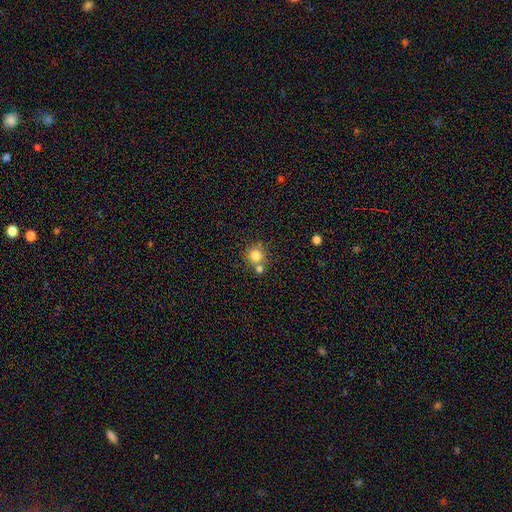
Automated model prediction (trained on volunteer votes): Smooth or featured?
  - smooth: 79% *
  - star or artifact: 12%
  - featured or disk: 9%
How rounded?
  - round: 91% *
  - in between: 8%
  - cigar-shaped: 1%
Merging?
  - none: 60% *
  - merger: 28%
  - minor disturbance: 9%
  - major disturbance: 3%